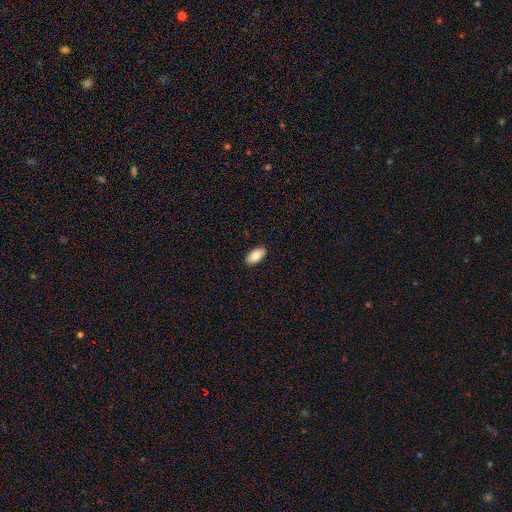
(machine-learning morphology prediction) A smooth galaxy with no disk features (87%) that is in between round and cigar-shaped (94%).

Vote fractions:
- Smooth or featured? smooth: 87% / featured or disk: 7% / star or artifact: 6%
- How rounded? in between: 94% / cigar-shaped: 3% / round: 2%
- Merging? none: 89% / minor disturbance: 8% / major disturbance: 2% / merger: 1%